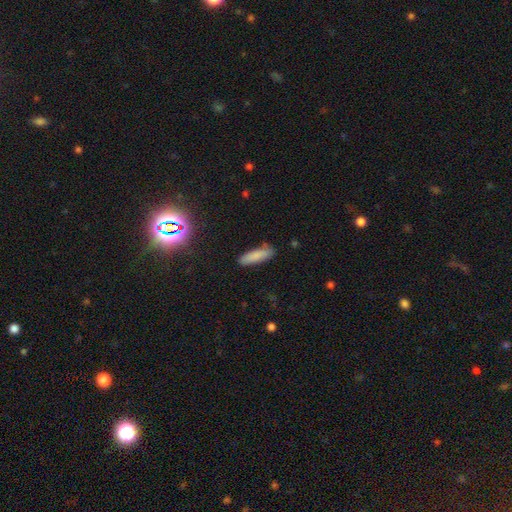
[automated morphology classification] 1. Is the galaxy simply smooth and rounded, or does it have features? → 84% smooth, 8% featured or disk, 8% star or artifact.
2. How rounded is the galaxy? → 57% cigar-shaped, 41% in between, 2% round.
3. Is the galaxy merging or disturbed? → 83% none, 13% minor disturbance, 2% major disturbance, 2% merger.